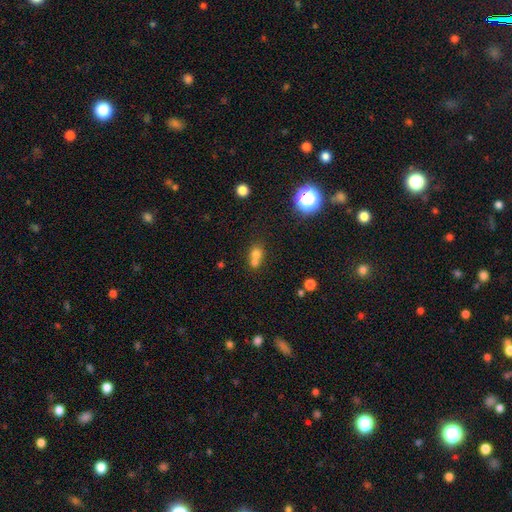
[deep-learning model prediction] The model was most divided on "merging": merger: 60%, none: 31%, minor disturbance: 6%, major disturbance: 3%. More confident: how rounded — round (70%); smooth or featured — smooth (69%).